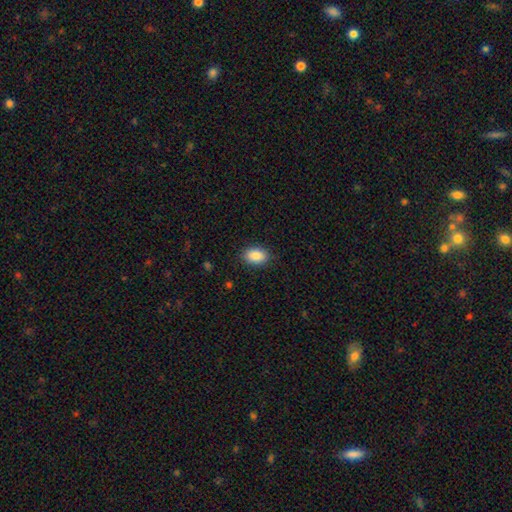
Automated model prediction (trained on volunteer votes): Morphology: type=smooth (89%); roundness=in between (88%); merging=none (87%).